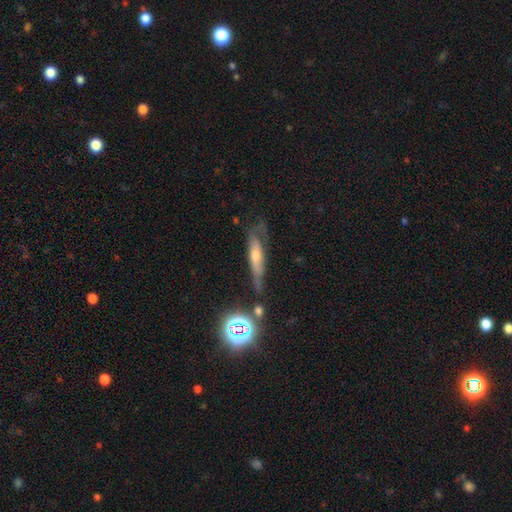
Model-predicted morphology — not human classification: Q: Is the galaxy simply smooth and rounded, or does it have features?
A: featured or disk — 54%.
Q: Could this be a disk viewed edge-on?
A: yes — 71%.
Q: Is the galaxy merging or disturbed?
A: none — 64%.